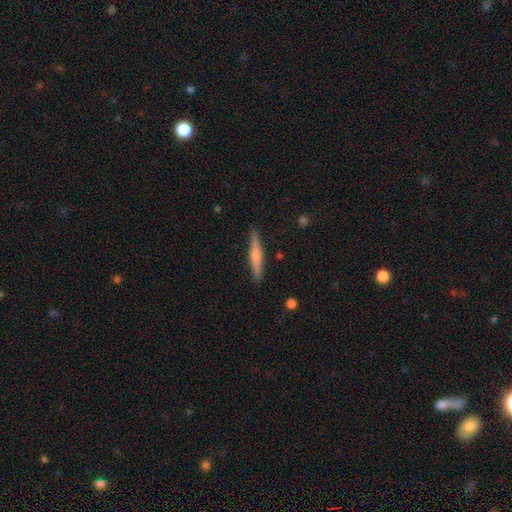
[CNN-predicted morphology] Q: Smooth or featured?
A: featured or disk (49%); runner-up: smooth (45%)
Q: Merging?
A: none (90%); runner-up: minor disturbance (7%)